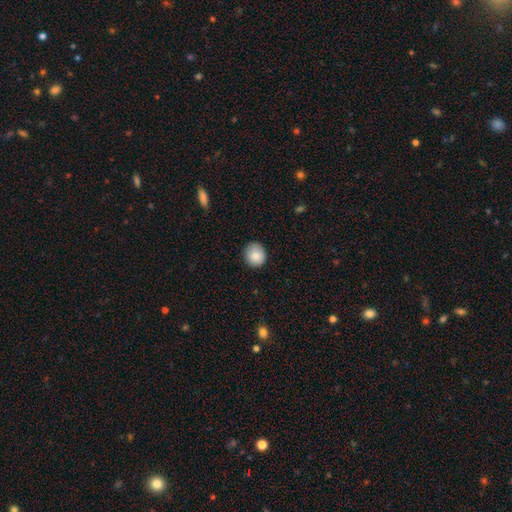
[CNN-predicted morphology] smooth-or-featured: smooth: 86% | star or artifact: 8% | featured or disk: 6%
  how-rounded: round: 86% | in between: 13% | cigar-shaped: 1%
  merging: none: 86% | minor disturbance: 11% | major disturbance: 2% | merger: 1%